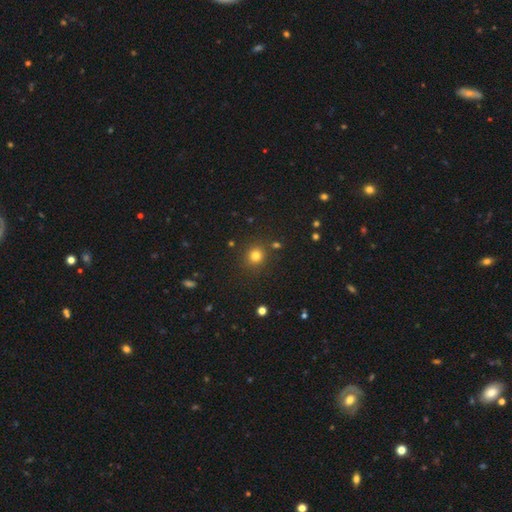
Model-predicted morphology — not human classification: This appears to be a smooth galaxy with no disk features (79%) that is round (90%). Merging: none (86%).